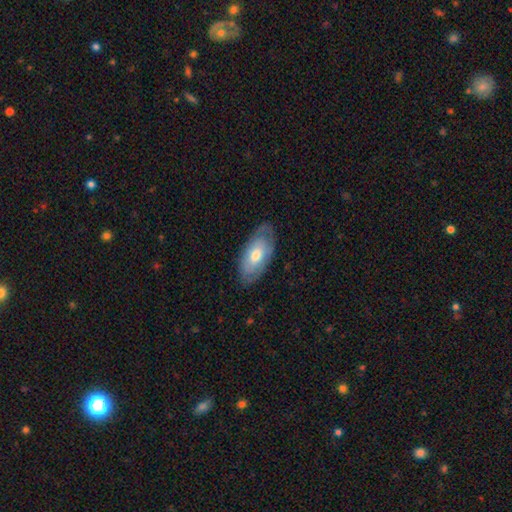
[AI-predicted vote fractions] smooth-or-featured: smooth: 57% | featured or disk: 37% | star or artifact: 5%
  how-rounded: in between: 92% | cigar-shaped: 5% | round: 3%
  merging: none: 75% | minor disturbance: 20% | major disturbance: 5% | merger: 1%